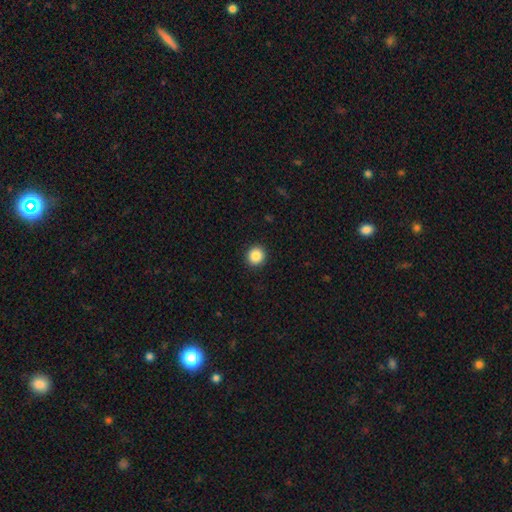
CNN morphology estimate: The model was most divided on "smooth or featured": smooth: 87%, star or artifact: 10%, featured or disk: 4%. More confident: merging — none (92%); how rounded — round (92%).